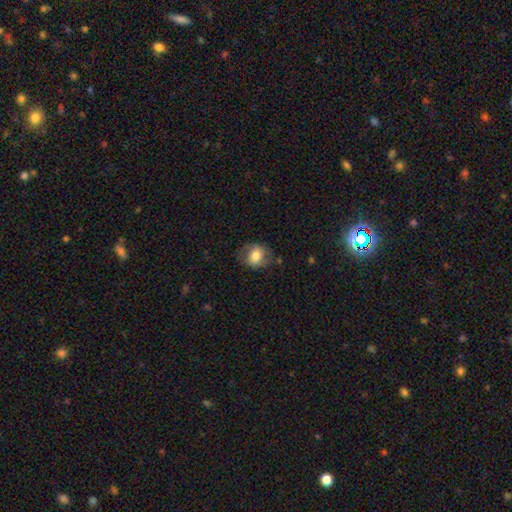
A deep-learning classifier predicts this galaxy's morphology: smooth_or_featured: smooth (p=0.66) [alt: featured or disk p=0.26]
how_rounded: round (p=0.55) [alt: in between p=0.44]
merging: none (p=0.69) [alt: minor disturbance p=0.20]